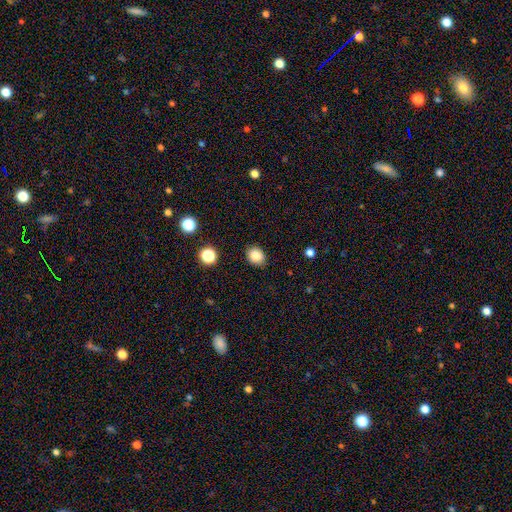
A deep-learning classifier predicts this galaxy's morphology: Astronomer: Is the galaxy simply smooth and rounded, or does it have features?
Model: smooth — 85%.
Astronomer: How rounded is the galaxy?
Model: round — 59% (runner-up: in between, 40%).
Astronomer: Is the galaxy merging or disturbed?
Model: none — 86%.